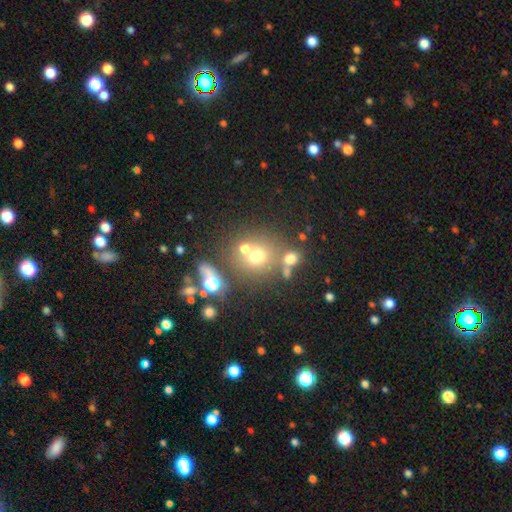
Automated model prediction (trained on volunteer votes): Smooth or featured?
  - smooth: 63% *
  - star or artifact: 22%
  - featured or disk: 15%
How rounded?
  - round: 82% *
  - in between: 17%
  - cigar-shaped: 1%
Merging?
  - none: 55% *
  - merger: 29%
  - minor disturbance: 10%
  - major disturbance: 6%